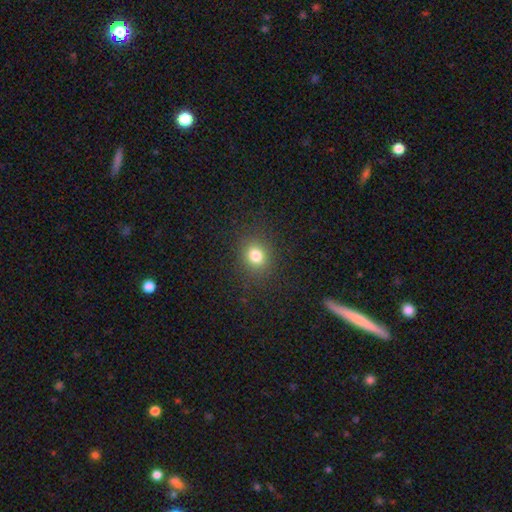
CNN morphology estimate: Q: Smooth or featured?
A: smooth (80%); runner-up: star or artifact (14%)
Q: How rounded?
A: round (68%); runner-up: in between (31%)
Q: Merging?
A: none (88%); runner-up: minor disturbance (8%)